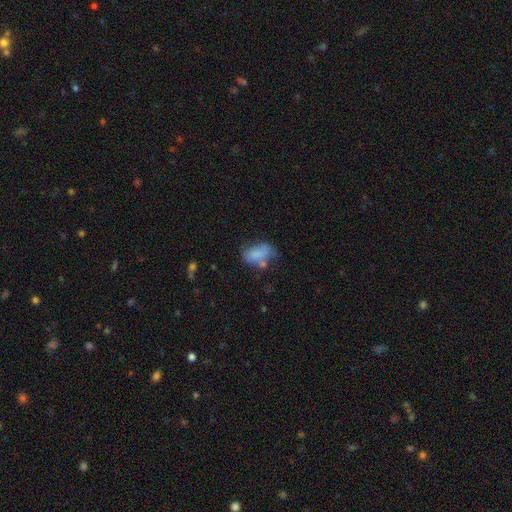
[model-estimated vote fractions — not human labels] Smooth or featured? smooth (68%)
How rounded? in between (87%)
Merging? none (34%)